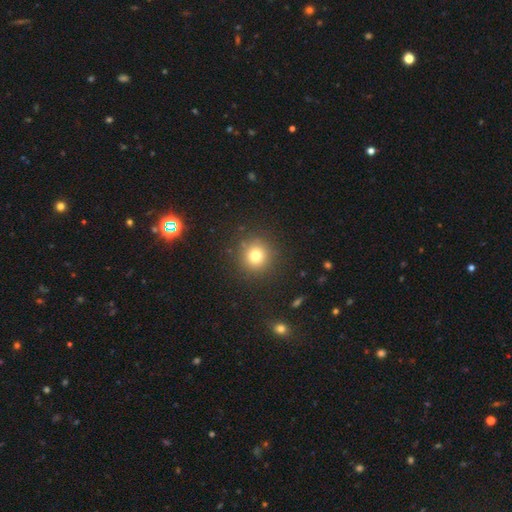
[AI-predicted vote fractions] This is likely a smooth galaxy (76%). How rounded: clearly round (93%). Merging: clearly none (89%).